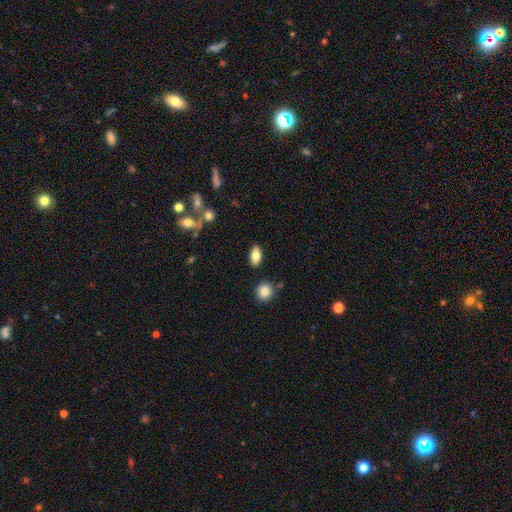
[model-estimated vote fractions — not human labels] Smooth or featured: smooth — 78% (featured or disk — 15%)
How rounded: in between — 88% (cigar-shaped — 7%)
Merging: none — 85% (minor disturbance — 9%)